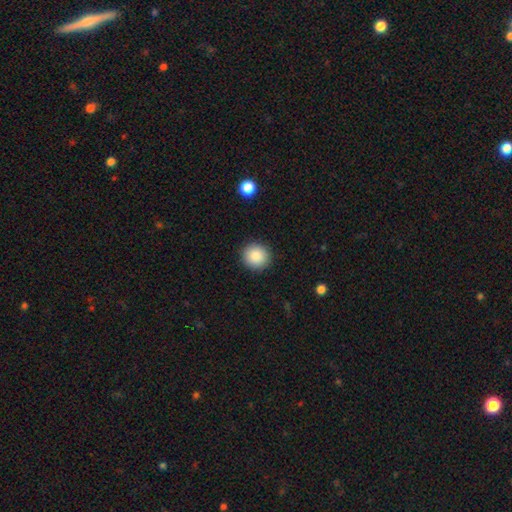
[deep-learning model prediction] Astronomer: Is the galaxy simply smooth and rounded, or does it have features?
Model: smooth — 87%.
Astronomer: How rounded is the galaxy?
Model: round — 91%.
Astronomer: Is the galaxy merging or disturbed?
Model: none — 91%.